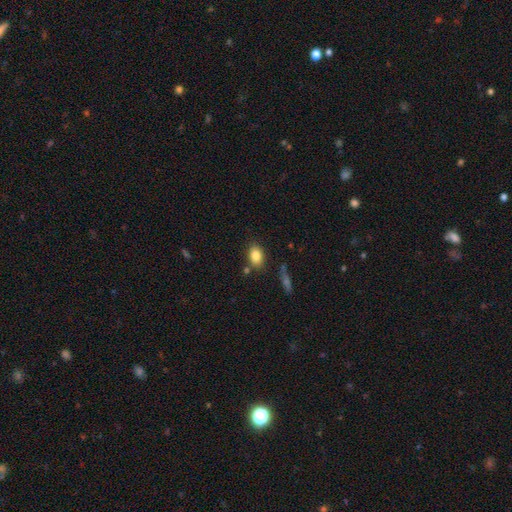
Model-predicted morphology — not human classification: smooth-or-featured: smooth: 83% | star or artifact: 9% | featured or disk: 8%
  how-rounded: in between: 82% | round: 16% | cigar-shaped: 2%
  merging: none: 78% | minor disturbance: 12% | merger: 6% | major disturbance: 3%